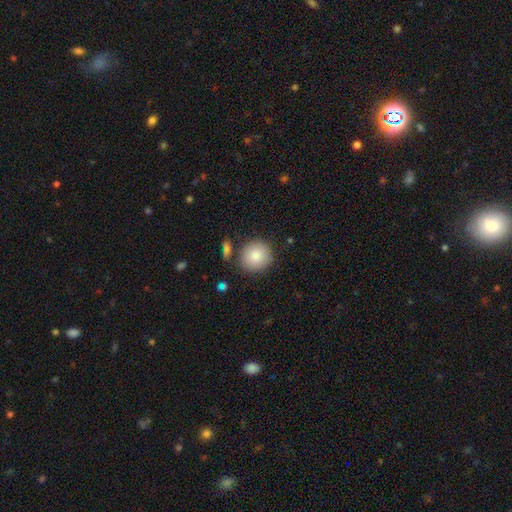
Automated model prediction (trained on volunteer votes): This is clearly a smooth galaxy (86%). How rounded: clearly round (88%). Merging: clearly none (81%).